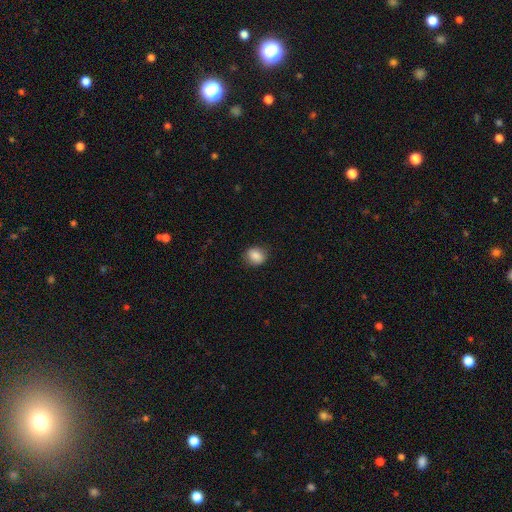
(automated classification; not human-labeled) This is clearly a smooth galaxy (86%). How rounded: possibly round (57%). Merging: clearly none (84%).